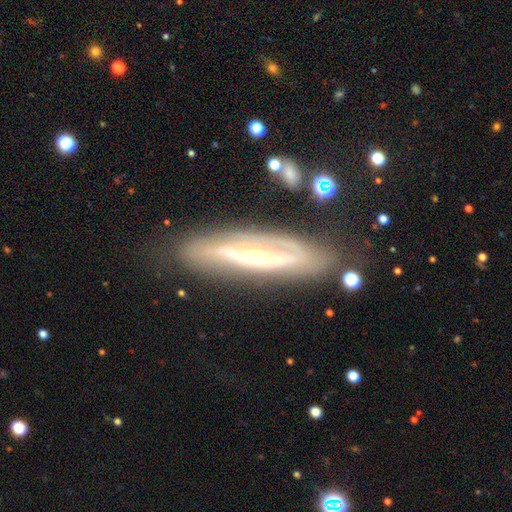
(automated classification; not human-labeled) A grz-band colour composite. It shows a featured or disk galaxy (78%). Merging: none (76%).